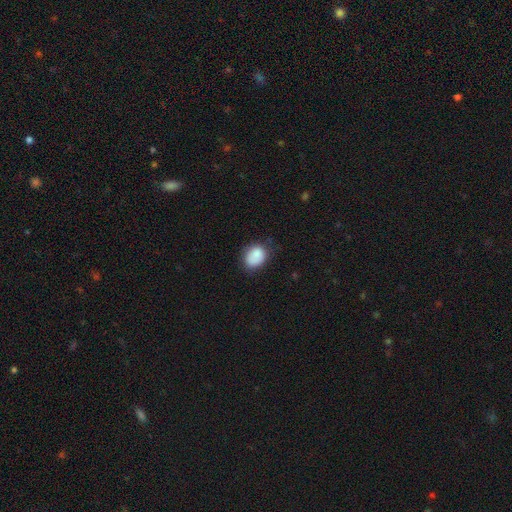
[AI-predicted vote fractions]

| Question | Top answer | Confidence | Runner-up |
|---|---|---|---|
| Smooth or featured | smooth | 84% | star or artifact (8%) |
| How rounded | in between | 53% | round (46%) |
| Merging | none | 66% | minor disturbance (26%) |